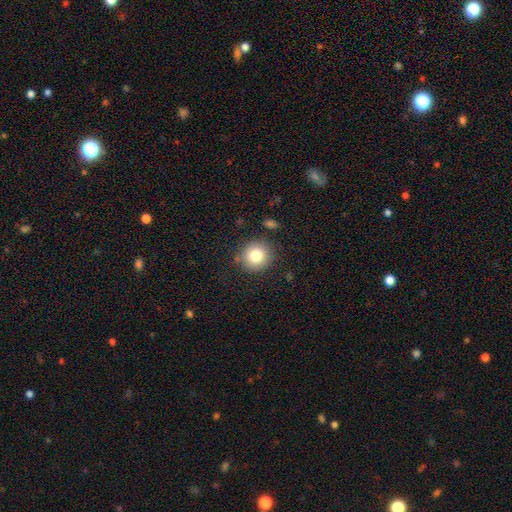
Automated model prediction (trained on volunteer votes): smooth-or-featured: smooth: 80% | star or artifact: 10% | featured or disk: 10%
  how-rounded: round: 91% | in between: 8% | cigar-shaped: 1%
  merging: none: 85% | minor disturbance: 9% | major disturbance: 3% | merger: 2%